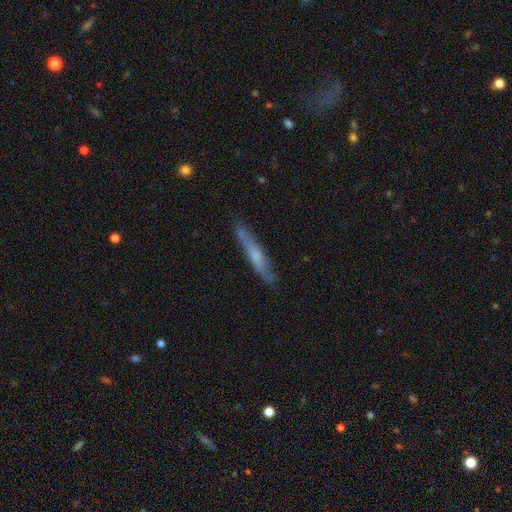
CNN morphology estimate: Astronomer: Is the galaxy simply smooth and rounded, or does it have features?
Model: featured or disk — 49% (runner-up: smooth, 45%).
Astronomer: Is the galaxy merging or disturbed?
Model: none — 79%.